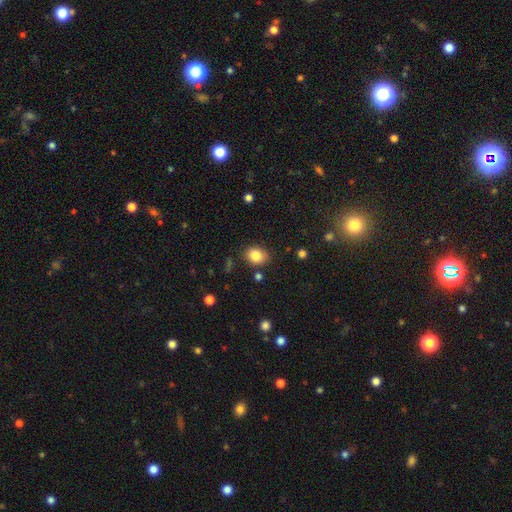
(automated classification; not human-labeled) smooth_or_featured: smooth (p=0.84) [alt: star or artifact p=0.10]
how_rounded: in between (p=0.50) [alt: round p=0.49]
merging: none (p=0.81) [alt: minor disturbance p=0.13]